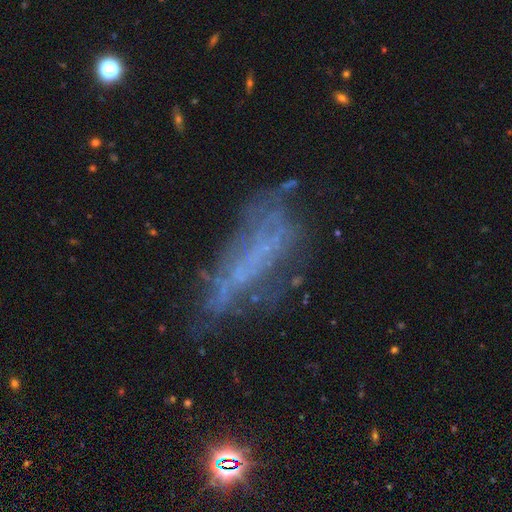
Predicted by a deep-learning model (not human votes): Smooth or featured? featured or disk (58%)
Edge-on disk? no (80%)
Merging? none (46%)